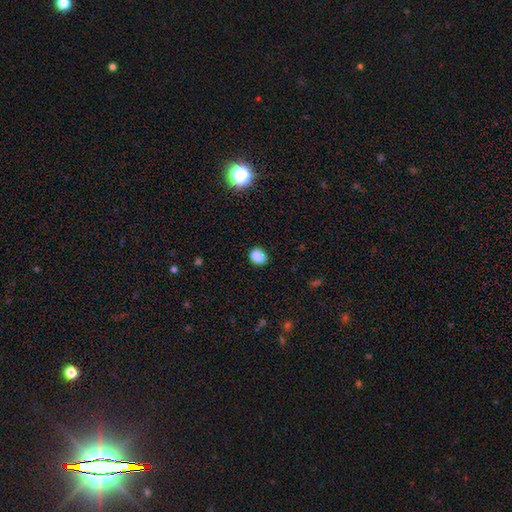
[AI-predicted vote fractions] Smooth or featured: smooth — 86% (star or artifact — 11%)
How rounded: round — 55% (in between — 44%)
Merging: none — 82% (minor disturbance — 14%)